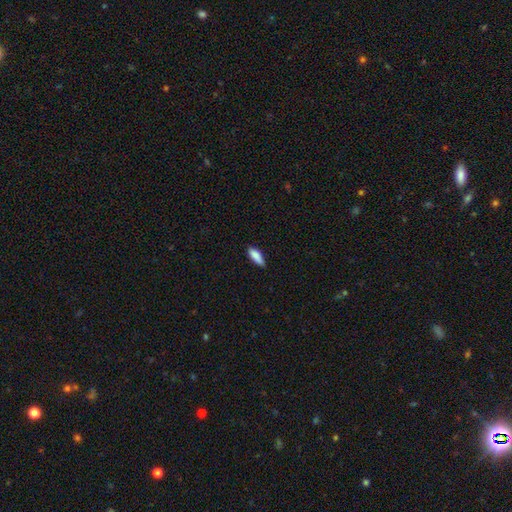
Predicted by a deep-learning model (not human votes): Morphology: type=smooth (86%); roundness=in between (63%); merging=none (75%).